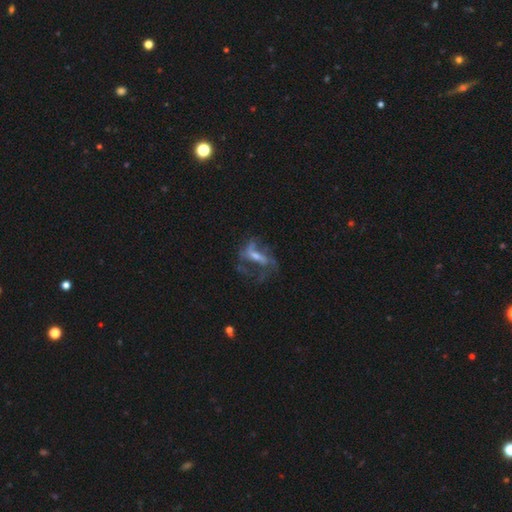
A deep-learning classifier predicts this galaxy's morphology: The model was most divided on "bar": weak: 37%, no: 36%, strong: 28%. Remaining: edge-on disk — no (88%); smooth or featured — featured or disk (69%); spiral arms — yes (63%); merging — none (43%); bulge size — small (42%).